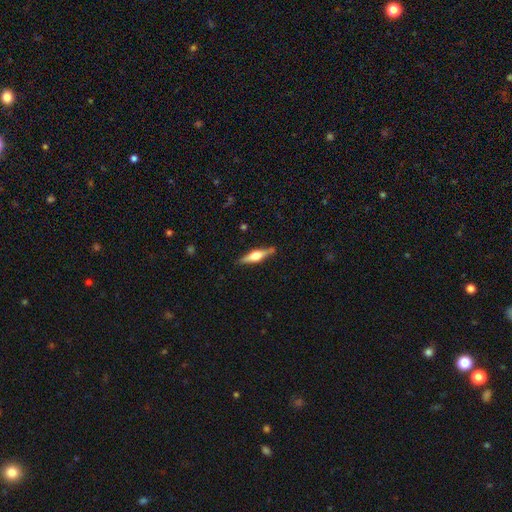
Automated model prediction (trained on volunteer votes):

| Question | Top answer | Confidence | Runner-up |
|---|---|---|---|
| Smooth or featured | featured or disk | 67% | smooth (27%) |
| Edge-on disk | yes | 97% | no (3%) |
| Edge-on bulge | rounded | 91% | boxy (7%) |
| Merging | none | 87% | minor disturbance (9%) |